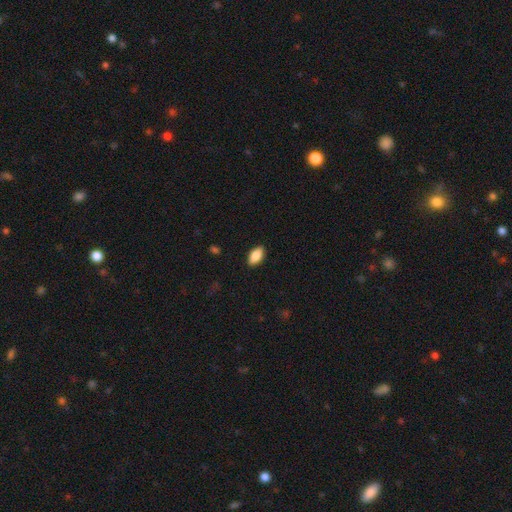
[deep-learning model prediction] Smooth or featured: smooth — 85% (featured or disk — 8%)
How rounded: in between — 92% (cigar-shaped — 4%)
Merging: none — 89% (minor disturbance — 8%)